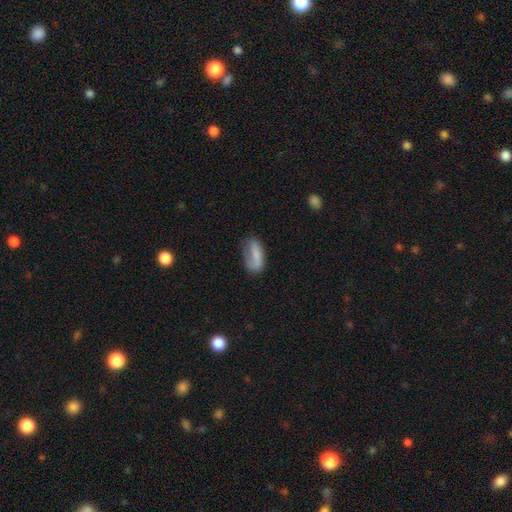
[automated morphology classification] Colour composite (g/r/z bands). It shows a smooth galaxy with no disk features (62%) that is in between round and cigar-shaped (88%). Merging: none (47%).